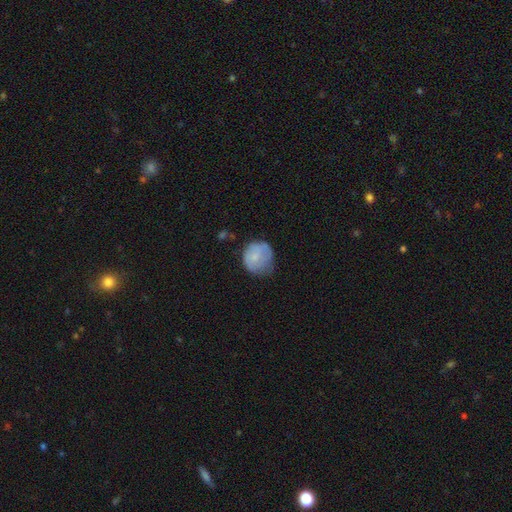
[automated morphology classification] smooth 75%, featured or disk 18%, star or artifact 7%. Down the decision tree: how rounded — round (83%); merging — none (49%).